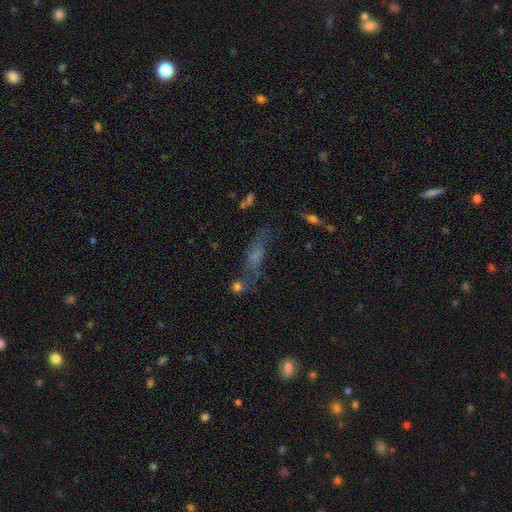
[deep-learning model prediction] smooth-or-featured: smooth: 43% | featured or disk: 36% | star or artifact: 21%
  merging: none: 52% | minor disturbance: 20% | major disturbance: 16% | merger: 12%